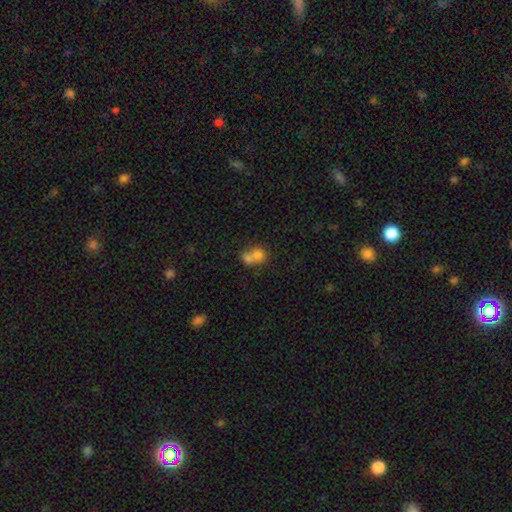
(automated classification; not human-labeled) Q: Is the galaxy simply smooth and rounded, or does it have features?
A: smooth — 74%.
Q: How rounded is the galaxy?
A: round — 64%.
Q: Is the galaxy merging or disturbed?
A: merger — 69%.